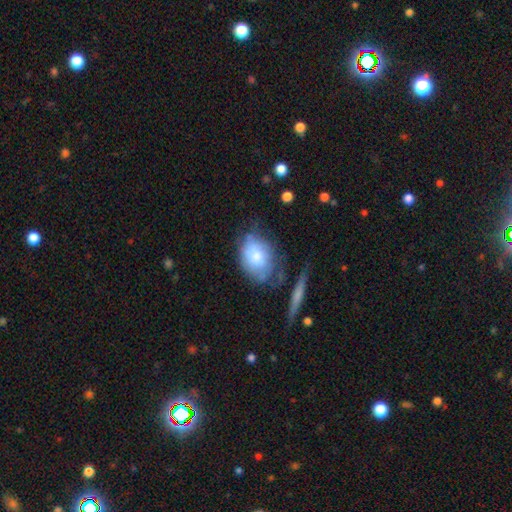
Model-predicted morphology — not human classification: smooth-or-featured: smooth: 66% | featured or disk: 27% | star or artifact: 7%
  how-rounded: in between: 74% | round: 24% | cigar-shaped: 2%
  merging: none: 46% | minor disturbance: 29% | major disturbance: 18% | merger: 8%